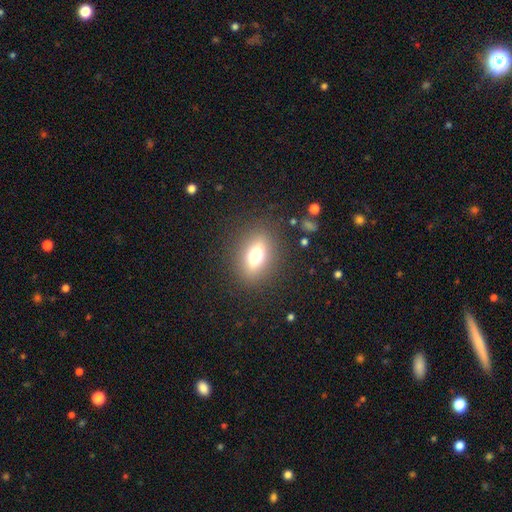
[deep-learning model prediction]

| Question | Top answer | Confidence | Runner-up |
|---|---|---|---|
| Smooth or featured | smooth | 61% | featured or disk (24%) |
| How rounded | in between | 67% | round (25%) |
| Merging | none | 85% | minor disturbance (9%) |